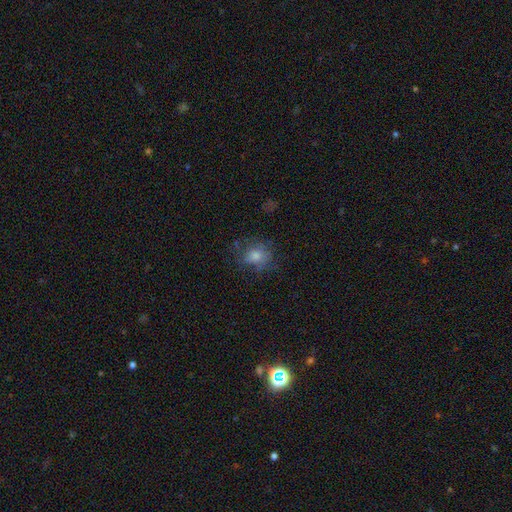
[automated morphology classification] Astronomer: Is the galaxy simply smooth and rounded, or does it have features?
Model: smooth — 58%.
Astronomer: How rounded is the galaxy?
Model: round — 71%.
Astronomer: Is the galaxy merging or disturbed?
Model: none — 69%.